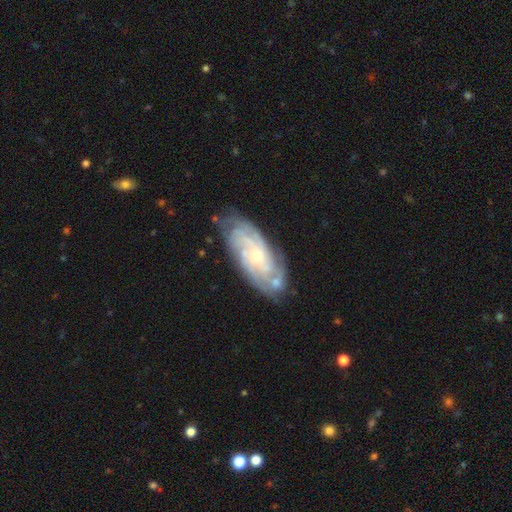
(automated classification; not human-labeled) smooth-or-featured: featured or disk: 79% | smooth: 15% | star or artifact: 6%
  disk-edge-on: no: 92% | yes: 8%
    bar: no: 73% | weak: 23% | strong: 4%
    has-spiral-arms: yes: 93% | no: 7%
      spiral-winding: tight: 67% | medium: 27% | loose: 6%
      spiral-arm-count: can't tell: 41% | 4: 22% | 3: 13% | 2: 11% | more than 4: 9% | 1: 4%
    bulge-size: small: 73% | moderate: 22% | none: 3% | large: 1% | dominant: 1%
  merging: none: 72% | minor disturbance: 18% | major disturbance: 5% | merger: 5%